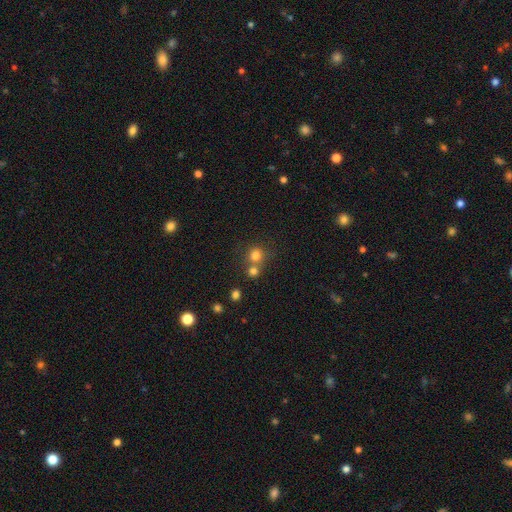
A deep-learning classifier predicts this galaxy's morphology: smooth-or-featured: smooth: 77% | star or artifact: 15% | featured or disk: 8%
  how-rounded: round: 88% | in between: 11% | cigar-shaped: 1%
  merging: none: 54% | merger: 35% | minor disturbance: 7% | major disturbance: 3%